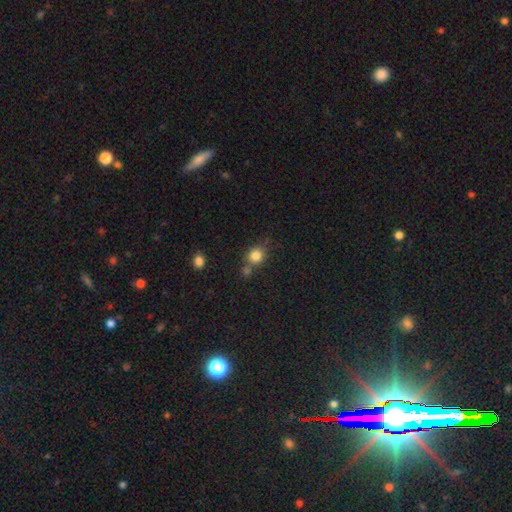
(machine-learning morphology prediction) Smooth or featured?
  - smooth: 82% *
  - star or artifact: 11%
  - featured or disk: 7%
How rounded?
  - round: 82% *
  - in between: 17%
  - cigar-shaped: 1%
Merging?
  - none: 60% *
  - merger: 22%
  - minor disturbance: 13%
  - major disturbance: 5%